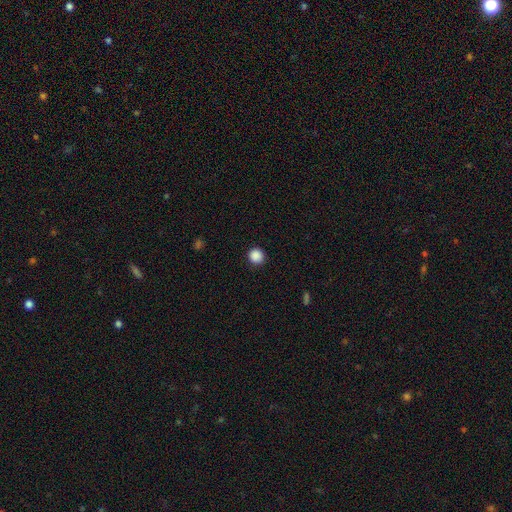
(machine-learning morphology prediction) smooth-or-featured: smooth: 88% | star or artifact: 10% | featured or disk: 2%
  how-rounded: round: 93% | in between: 6% | cigar-shaped: 1%
  merging: none: 92% | minor disturbance: 5% | major disturbance: 2% | merger: 1%